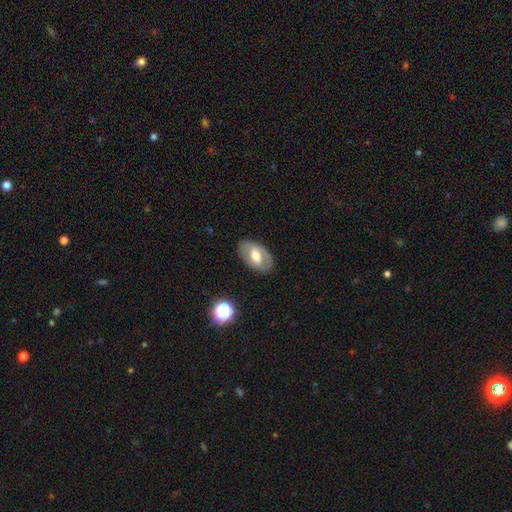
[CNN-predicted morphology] A featured or disk galaxy (48%).

Vote fractions:
- Smooth or featured? featured or disk: 48% / smooth: 45% / star or artifact: 7%
- Merging? none: 83% / minor disturbance: 12% / major disturbance: 4% / merger: 1%